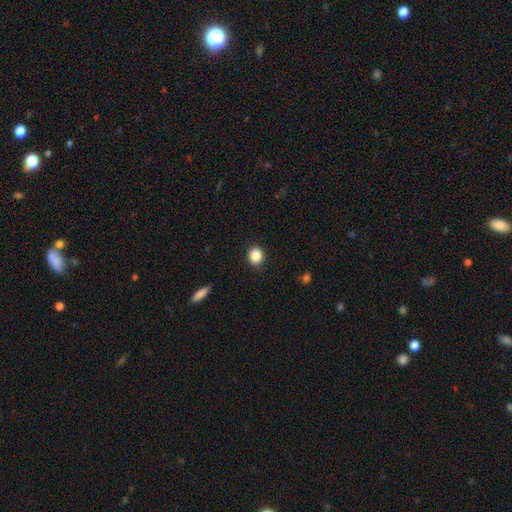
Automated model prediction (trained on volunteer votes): The model was most divided on "how rounded": round: 71%, in between: 28%, cigar-shaped: 1%. More confident: merging — none (89%); smooth or featured — smooth (86%).